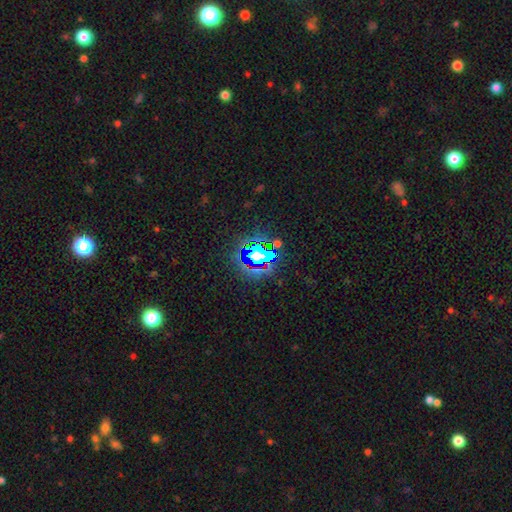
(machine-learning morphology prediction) smooth-or-featured: star or artifact: 66% | smooth: 21% | featured or disk: 13%